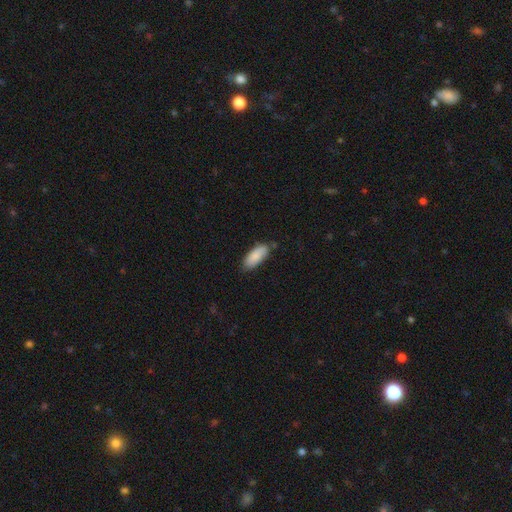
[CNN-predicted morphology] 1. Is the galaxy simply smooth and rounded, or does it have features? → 87% smooth, 7% featured or disk, 6% star or artifact.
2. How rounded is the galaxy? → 83% in between, 16% cigar-shaped, 2% round.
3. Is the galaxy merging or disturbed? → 78% none, 17% minor disturbance, 3% major disturbance, 2% merger.